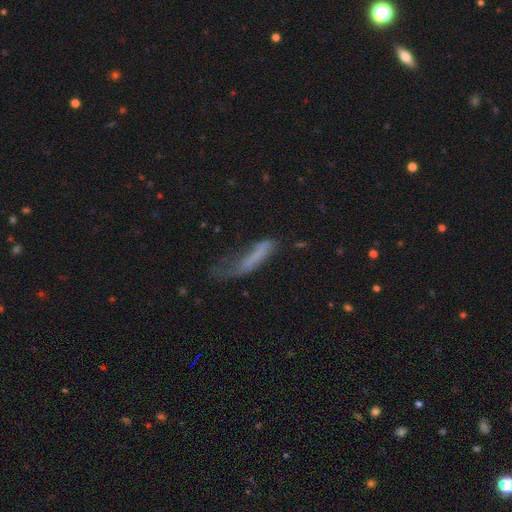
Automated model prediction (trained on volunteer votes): smooth_or_featured: smooth (p=0.61) [alt: featured or disk p=0.27]
how_rounded: cigar-shaped (p=0.74) [alt: in between p=0.23]
merging: major disturbance (p=0.44) [alt: none p=0.26]